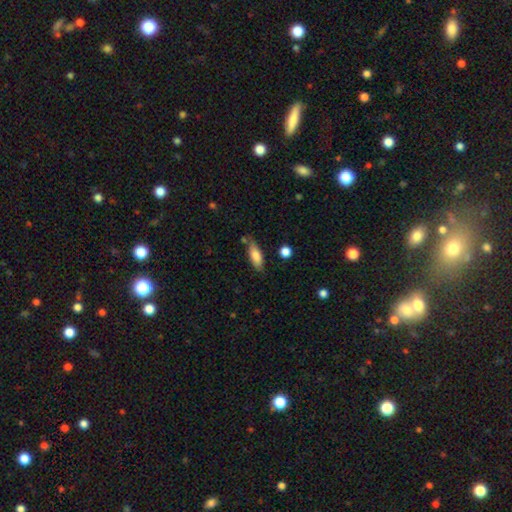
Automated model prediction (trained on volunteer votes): Smooth or featured?
  - smooth: 77% *
  - featured or disk: 17%
  - star or artifact: 6%
How rounded?
  - in between: 63% *
  - cigar-shaped: 35%
  - round: 2%
Merging?
  - none: 73% *
  - minor disturbance: 17%
  - merger: 6%
  - major disturbance: 4%